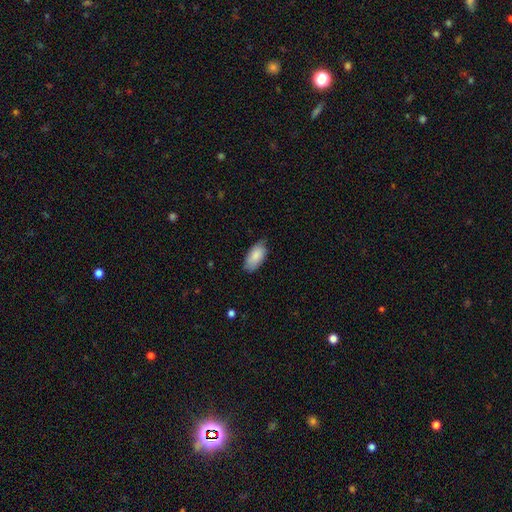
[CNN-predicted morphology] This is clearly a smooth galaxy (86%). How rounded: clearly in between (94%). Merging: likely none (73%).